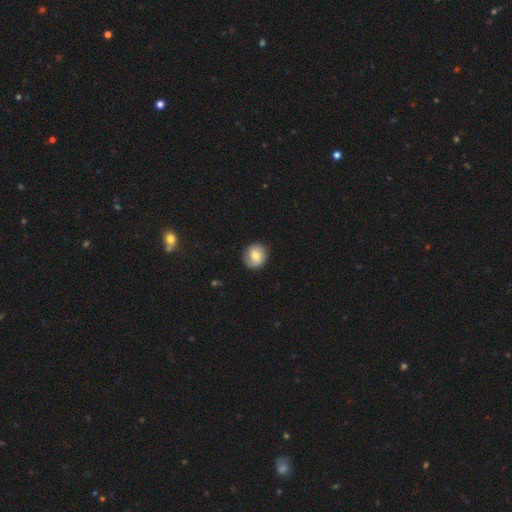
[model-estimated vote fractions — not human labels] Smooth or featured?
  - smooth: 65% *
  - featured or disk: 28%
  - star or artifact: 8%
How rounded?
  - round: 81% *
  - in between: 18%
  - cigar-shaped: 1%
Merging?
  - none: 84% *
  - minor disturbance: 12%
  - major disturbance: 3%
  - merger: 1%